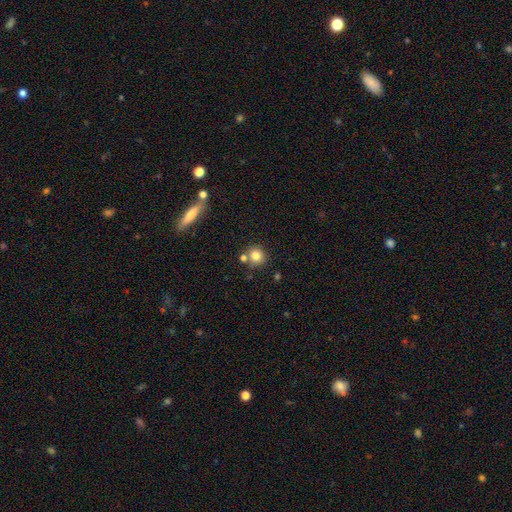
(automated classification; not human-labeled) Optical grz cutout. It shows a smooth galaxy with no disk features (80%) that is round (89%). Merging: none (71%).